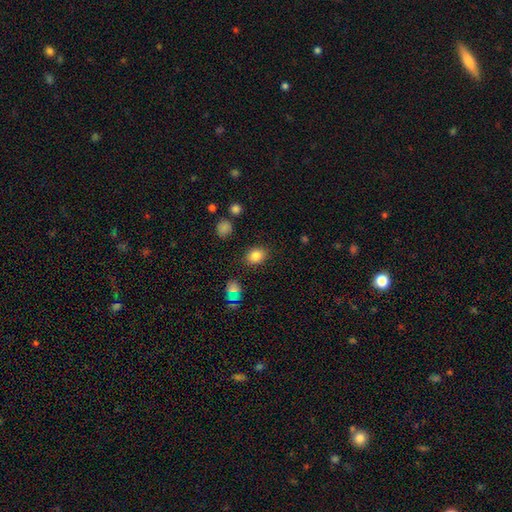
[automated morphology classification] Smooth or featured? smooth (83%)
How rounded? in between (54%)
Merging? none (86%)